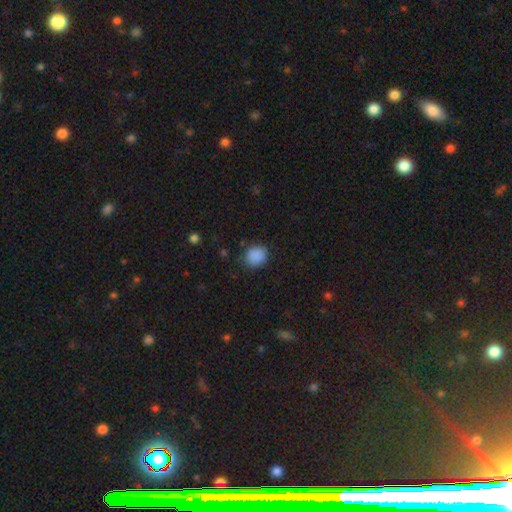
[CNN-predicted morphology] This appears to be a smooth galaxy with no disk features (88%) that is round (70%). Merging: none (81%).